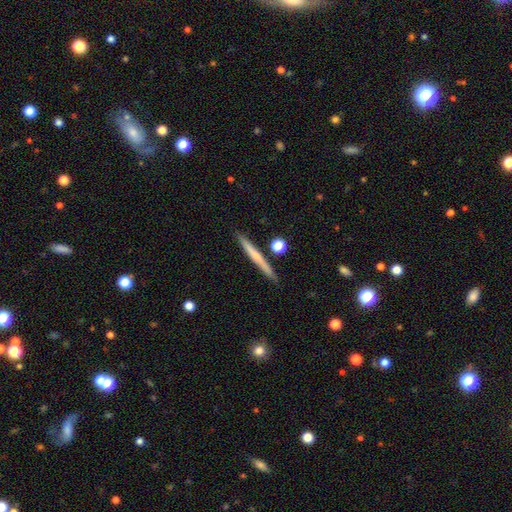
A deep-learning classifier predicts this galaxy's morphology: Q: Smooth or featured?
A: smooth (53%); runner-up: featured or disk (40%)
Q: How rounded?
A: cigar-shaped (96%); runner-up: in between (2%)
Q: Merging?
A: none (88%); runner-up: minor disturbance (7%)